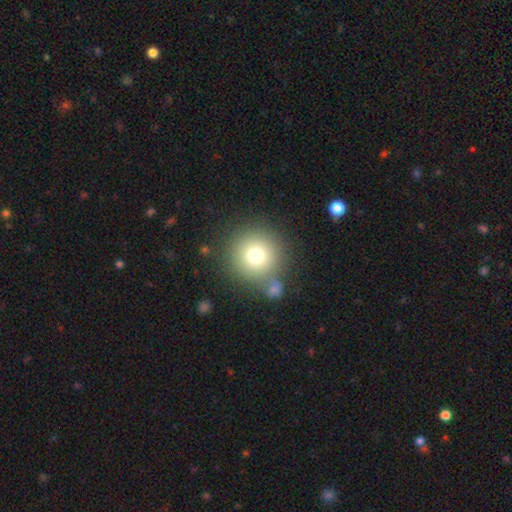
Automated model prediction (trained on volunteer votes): smooth_or_featured: smooth (p=0.75) [alt: star or artifact p=0.13]
how_rounded: round (p=0.95) [alt: in between p=0.05]
merging: none (p=0.69) [alt: merger p=0.15]